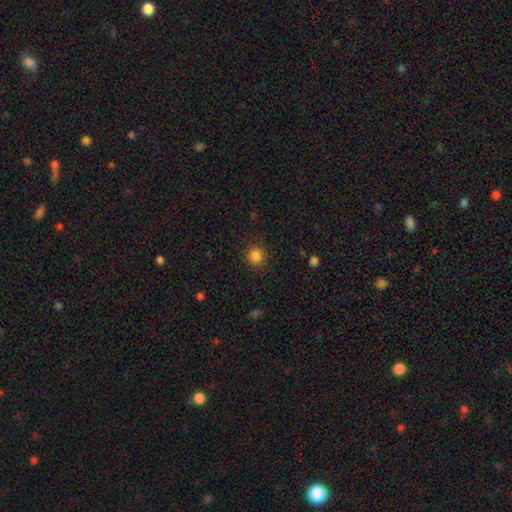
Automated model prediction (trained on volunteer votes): smooth_or_featured: smooth (p=0.84) [alt: star or artifact p=0.12]
how_rounded: round (p=0.92) [alt: in between p=0.08]
merging: none (p=0.89) [alt: minor disturbance p=0.07]